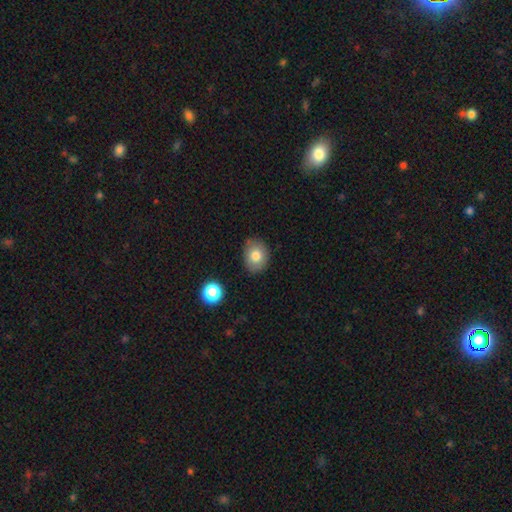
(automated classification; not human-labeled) smooth-or-featured: smooth: 79% | featured or disk: 12% | star or artifact: 9%
  how-rounded: in between: 59% | round: 40% | cigar-shaped: 1%
  merging: none: 83% | minor disturbance: 13% | major disturbance: 3% | merger: 2%